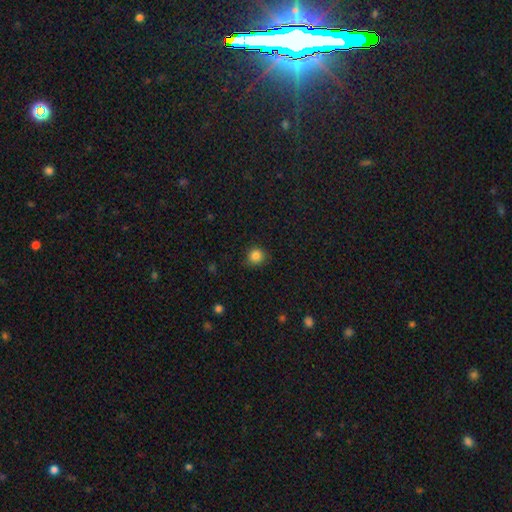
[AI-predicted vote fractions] Overall: smooth (84%). How rounded: round (89%). Merging: none (80%).